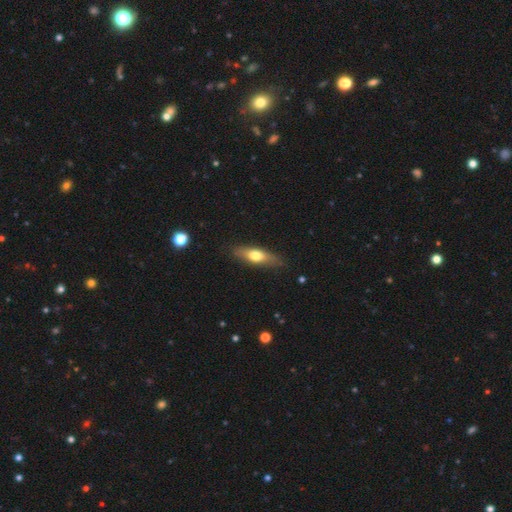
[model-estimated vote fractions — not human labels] Q: Smooth or featured?
A: smooth (61%); runner-up: featured or disk (33%)
Q: How rounded?
A: in between (48%); tied with: cigar-shaped (48%)
Q: Merging?
A: none (81%); runner-up: minor disturbance (15%)